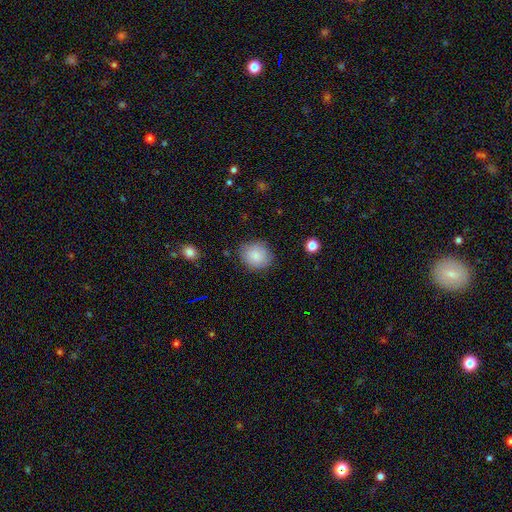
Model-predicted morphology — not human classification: This appears to be a smooth galaxy with no disk features (84%) that is round (77%). Merging: none (81%).